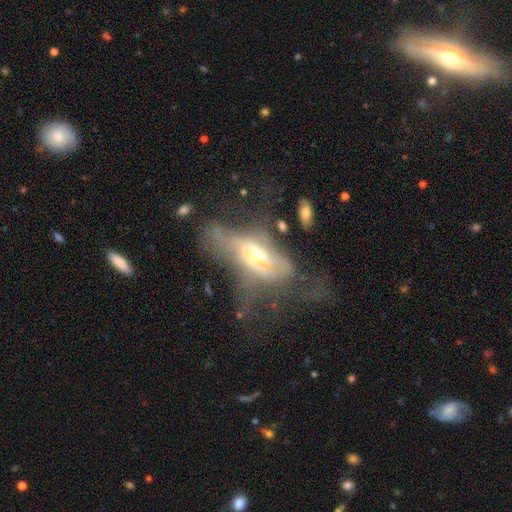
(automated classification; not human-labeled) A featured or disk galaxy (63%). Merging: major disturbance (52%).